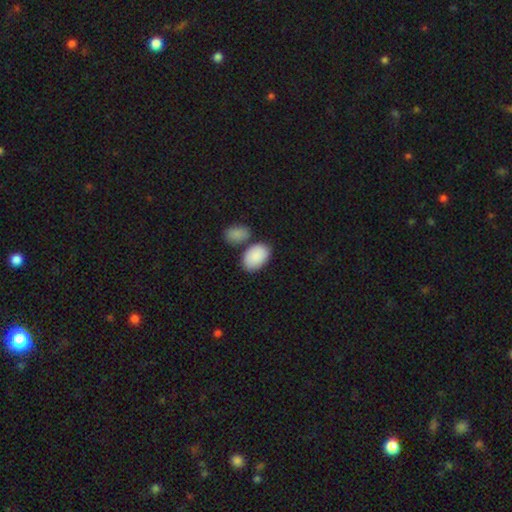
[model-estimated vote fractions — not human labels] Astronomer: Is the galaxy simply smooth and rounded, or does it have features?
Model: smooth — 89%.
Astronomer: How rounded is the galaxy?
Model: in between — 93%.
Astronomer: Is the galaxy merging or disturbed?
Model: none — 63%.